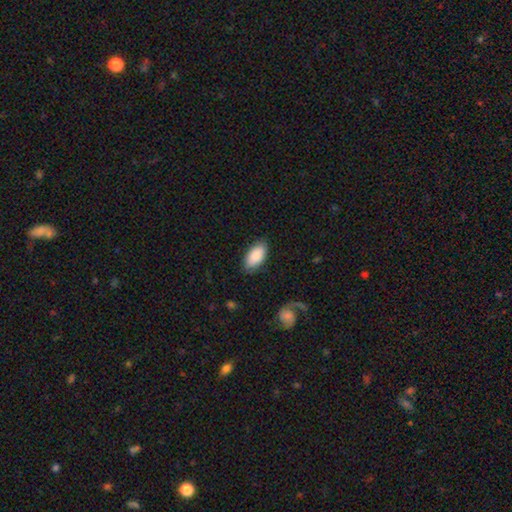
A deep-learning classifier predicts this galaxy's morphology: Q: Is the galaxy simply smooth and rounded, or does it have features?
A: smooth — 88%.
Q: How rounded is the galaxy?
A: in between — 94%.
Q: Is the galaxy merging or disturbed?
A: none — 84%.